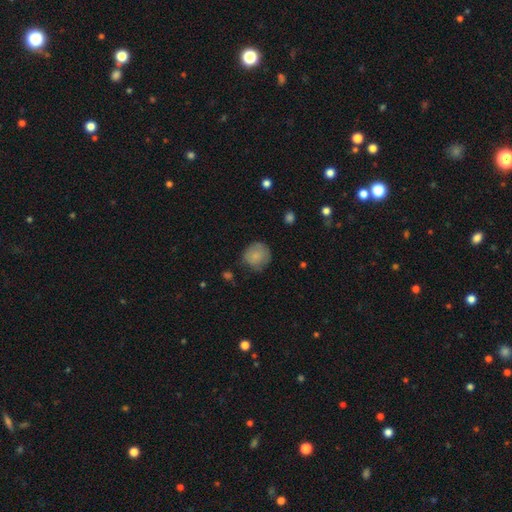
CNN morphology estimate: Smooth or featured?
  - smooth: 80% *
  - featured or disk: 12%
  - star or artifact: 8%
How rounded?
  - round: 87% *
  - in between: 12%
  - cigar-shaped: 1%
Merging?
  - none: 66% *
  - minor disturbance: 25%
  - major disturbance: 7%
  - merger: 2%